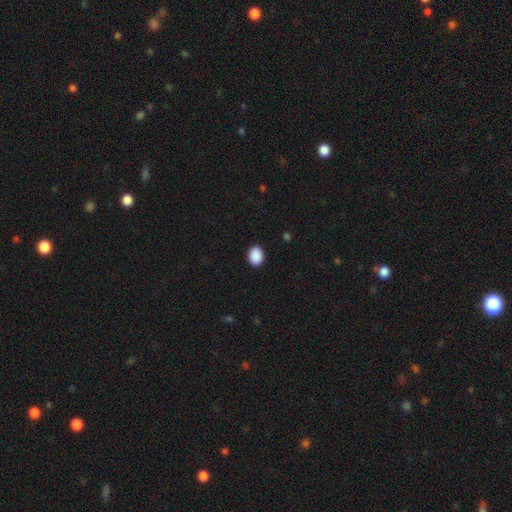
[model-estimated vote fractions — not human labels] smooth_or_featured: smooth (p=0.90) [alt: star or artifact p=0.07]
how_rounded: in between (p=0.59) [alt: round p=0.40]
merging: none (p=0.91) [alt: minor disturbance p=0.07]